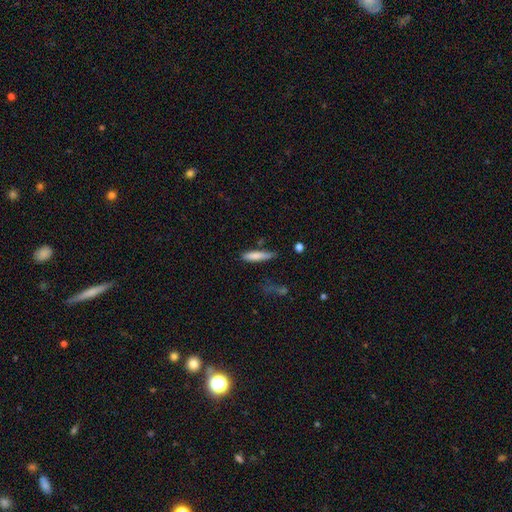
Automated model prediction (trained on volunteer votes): A smooth galaxy with no disk features (80%) that is cigar-shaped (80%). Merging: none (65%).